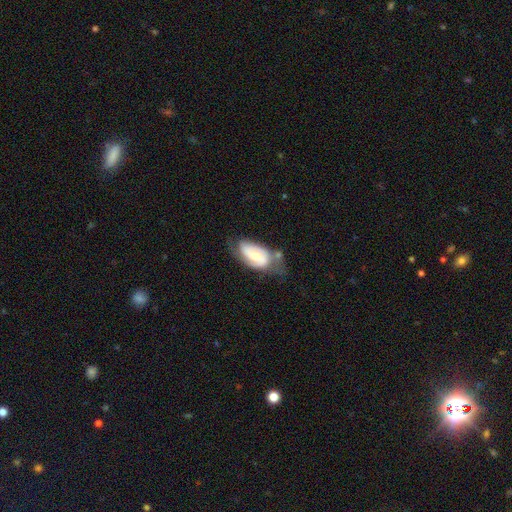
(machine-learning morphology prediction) smooth_or_featured: featured or disk (p=0.66) [alt: smooth p=0.28]
disk_edge_on: no (p=0.94) [alt: yes p=0.06]
bar: no (p=0.46) [alt: weak p=0.40]
has_spiral_arms: yes (p=0.85) [alt: no p=0.15]
spiral_winding: medium (p=0.43) [alt: tight p=0.35]
spiral_arm_count: 2 (p=0.73) [alt: can't tell p=0.16]
bulge_size: moderate (p=0.60) [alt: small p=0.31]
merging: none (p=0.43) [alt: minor disturbance p=0.31]